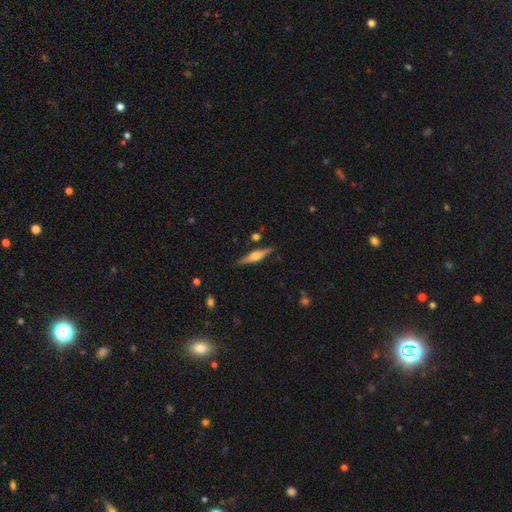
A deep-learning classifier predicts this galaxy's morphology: Q: Smooth or featured?
A: featured or disk (72%); runner-up: smooth (22%)
Q: Edge-on disk?
A: yes (97%); runner-up: no (3%)
Q: Edge-on bulge?
A: rounded (90%); runner-up: boxy (7%)
Q: Merging?
A: none (88%); runner-up: minor disturbance (8%)